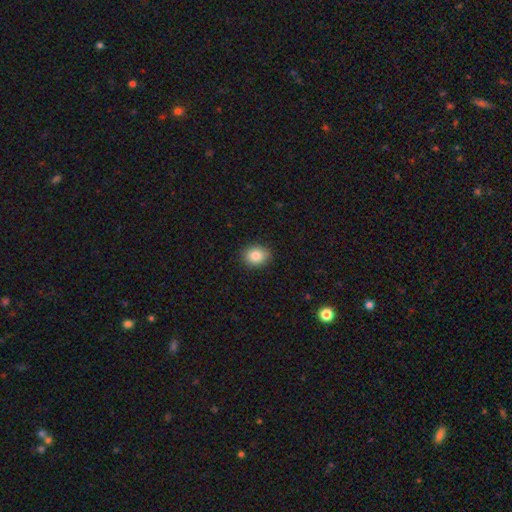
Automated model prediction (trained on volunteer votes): Smooth or featured?
  - smooth: 85% *
  - star or artifact: 9%
  - featured or disk: 6%
How rounded?
  - round: 50% *
  - in between: 49%
  - cigar-shaped: 1%
Merging?
  - none: 88% *
  - minor disturbance: 9%
  - major disturbance: 2%
  - merger: 1%